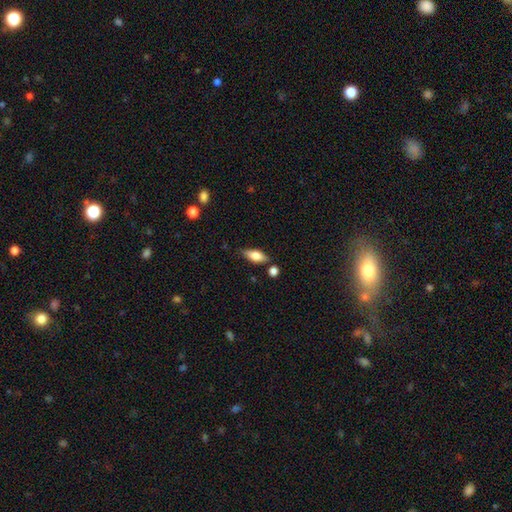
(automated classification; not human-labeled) Q: Smooth or featured?
A: smooth (62%); runner-up: featured or disk (31%)
Q: How rounded?
A: in between (74%); runner-up: cigar-shaped (22%)
Q: Merging?
A: none (75%); runner-up: minor disturbance (15%)